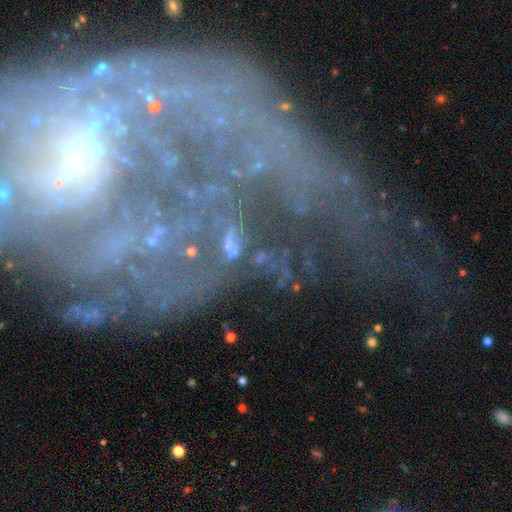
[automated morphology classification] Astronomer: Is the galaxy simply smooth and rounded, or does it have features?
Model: featured or disk — 73%.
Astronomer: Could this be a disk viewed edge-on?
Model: no — 93%.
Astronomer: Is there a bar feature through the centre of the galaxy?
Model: no — 47% (runner-up: weak, 31%).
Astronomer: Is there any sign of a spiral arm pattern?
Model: yes — 71%.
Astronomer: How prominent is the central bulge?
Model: small — 39% (runner-up: moderate, 26%).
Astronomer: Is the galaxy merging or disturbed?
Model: none — 43% (runner-up: major disturbance, 33%).